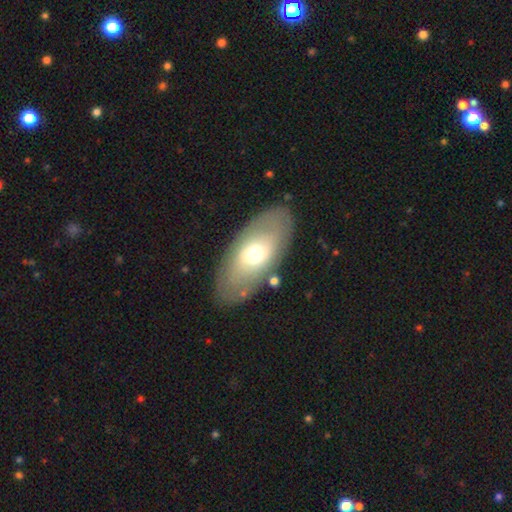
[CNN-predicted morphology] Smooth or featured? Predicted: smooth (p=0.53). How rounded? Predicted: in between (p=0.90). Merging? Predicted: none (p=0.83).